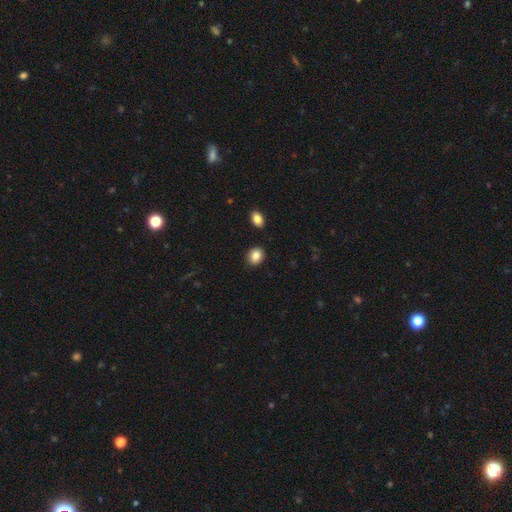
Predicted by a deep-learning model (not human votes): Smooth or featured? smooth (86%)
How rounded? round (54%)
Merging? none (87%)